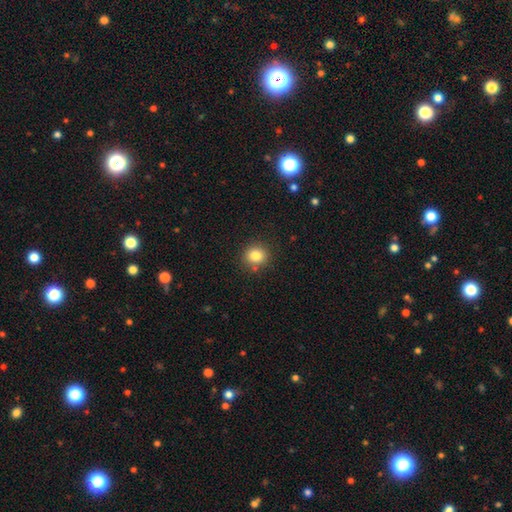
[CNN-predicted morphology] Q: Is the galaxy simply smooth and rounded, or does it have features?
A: smooth — 82%.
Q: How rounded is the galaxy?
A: round — 87%.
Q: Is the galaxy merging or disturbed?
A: none — 85%.